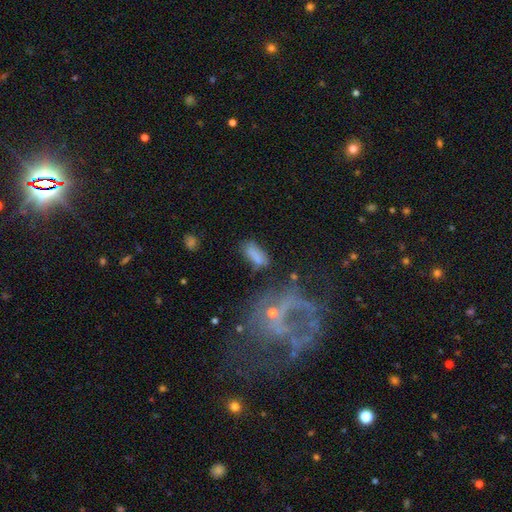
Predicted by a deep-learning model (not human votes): Smooth or featured? Predicted: smooth (p=0.78). How rounded? Predicted: in between (p=0.76). Merging? Predicted: none (p=0.58).